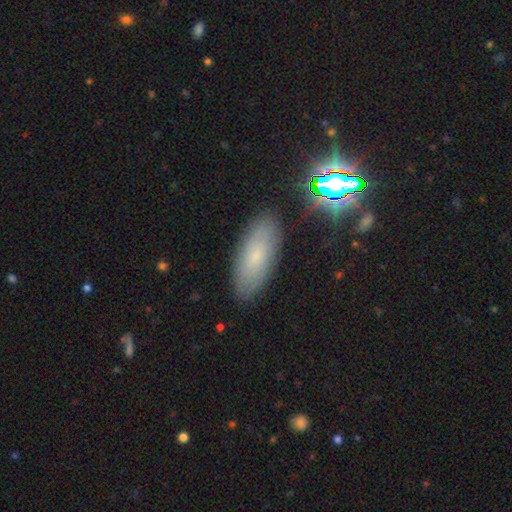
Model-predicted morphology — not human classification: smooth-or-featured: smooth: 67% | featured or disk: 20% | star or artifact: 13%
  how-rounded: in between: 78% | cigar-shaped: 19% | round: 3%
  merging: none: 85% | minor disturbance: 11% | major disturbance: 3% | merger: 2%